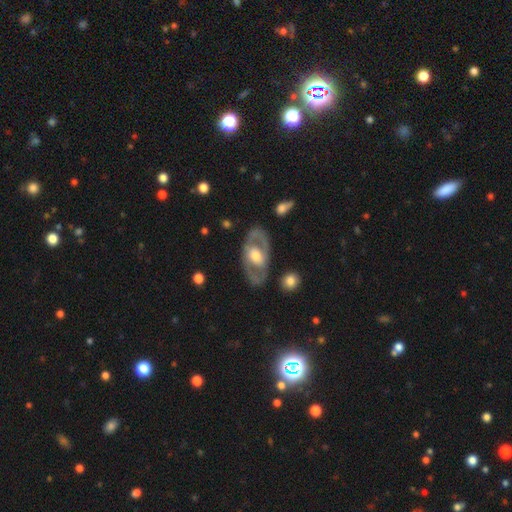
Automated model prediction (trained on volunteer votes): Smooth or featured? featured or disk (70%)
Edge-on disk? no (91%)
Bar? no (58%)
Spiral arms? no (53%)
Bulge size? moderate (60%)
Merging? none (78%)